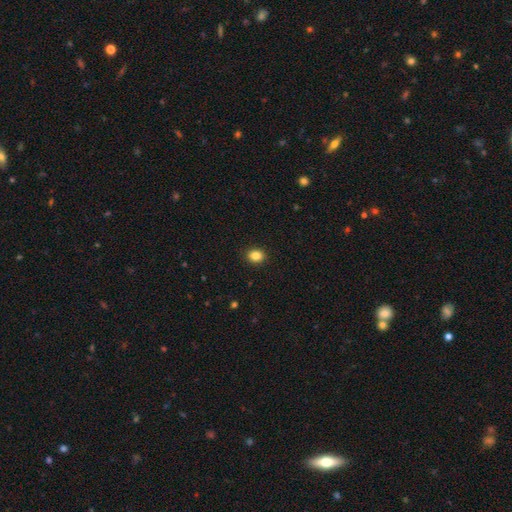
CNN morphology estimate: smooth 86%, star or artifact 10%, featured or disk 4%. Down the decision tree: how rounded — round (58%); merging — none (91%).